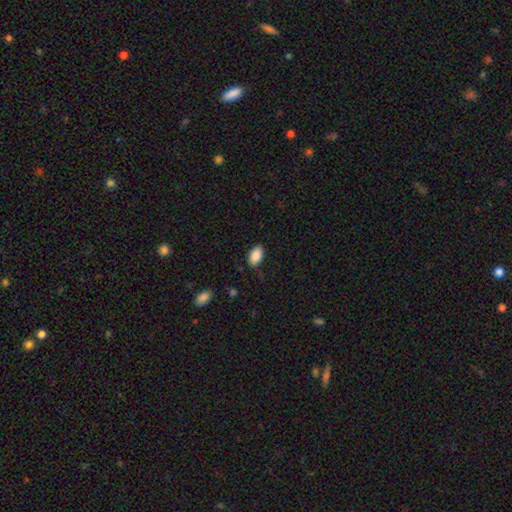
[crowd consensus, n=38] Overall: smooth (89%). How rounded: in between (97%). Merging: none (91%).